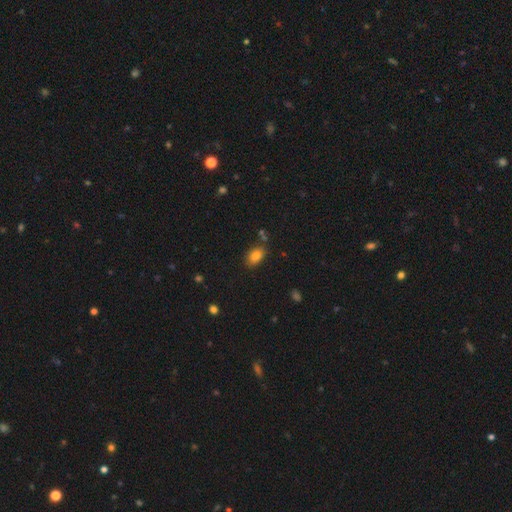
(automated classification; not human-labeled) A smooth galaxy with no disk features (82%) that is in between round and cigar-shaped (87%). Merging: none (79%).